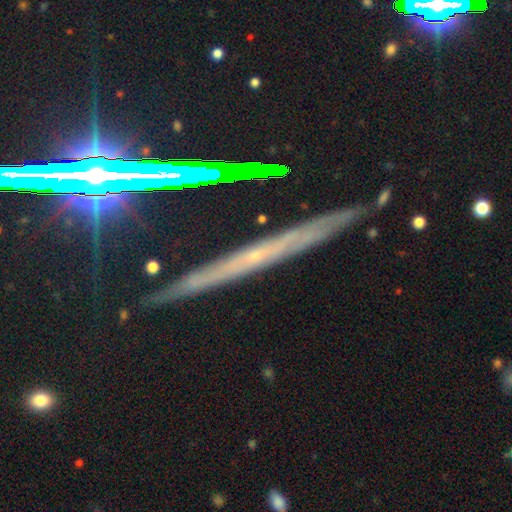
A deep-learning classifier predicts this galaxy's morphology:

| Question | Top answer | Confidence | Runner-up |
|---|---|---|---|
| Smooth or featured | featured or disk | 66% | smooth (17%) |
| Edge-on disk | yes | 92% | no (8%) |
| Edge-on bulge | none | 53% | rounded (42%) |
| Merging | none | 88% | minor disturbance (9%) |